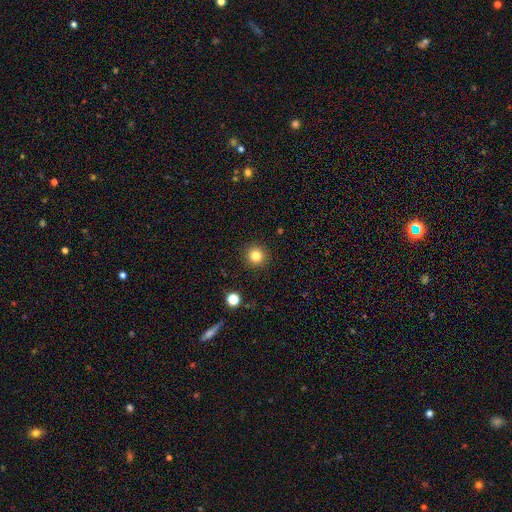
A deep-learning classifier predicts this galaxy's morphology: Smooth or featured? Predicted: smooth (p=0.82). How rounded? Predicted: round (p=0.95). Merging? Predicted: none (p=0.92).